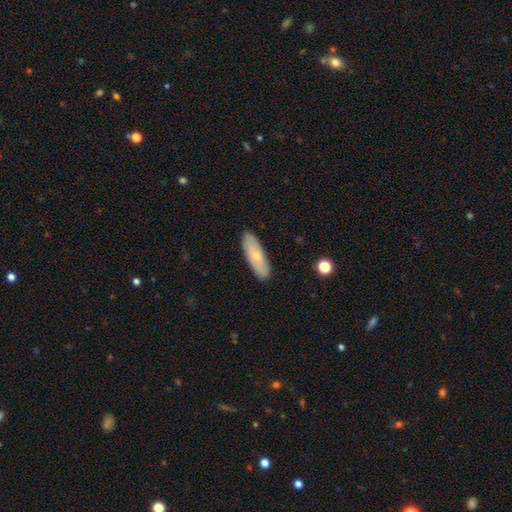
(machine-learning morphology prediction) Smooth or featured?
  - smooth: 65% *
  - featured or disk: 29%
  - star or artifact: 6%
How rounded?
  - in between: 57% *
  - cigar-shaped: 41%
  - round: 2%
Merging?
  - none: 87% *
  - minor disturbance: 10%
  - major disturbance: 2%
  - merger: 1%